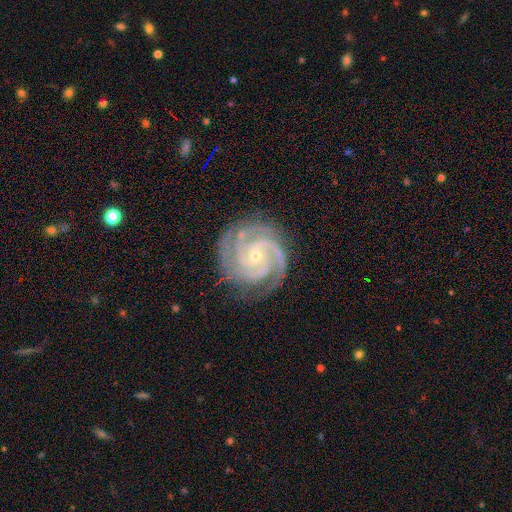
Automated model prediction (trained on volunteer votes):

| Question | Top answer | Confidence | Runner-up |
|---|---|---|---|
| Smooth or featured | featured or disk | 93% | star or artifact (4%) |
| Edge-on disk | no | 98% | yes (2%) |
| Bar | no | 63% | weak (27%) |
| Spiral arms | yes | 99% | no (1%) |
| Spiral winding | tight | 70% | medium (28%) |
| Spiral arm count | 3 | 52% | 2 (21%) |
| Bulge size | small | 80% | moderate (17%) |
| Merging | none | 81% | minor disturbance (14%) |